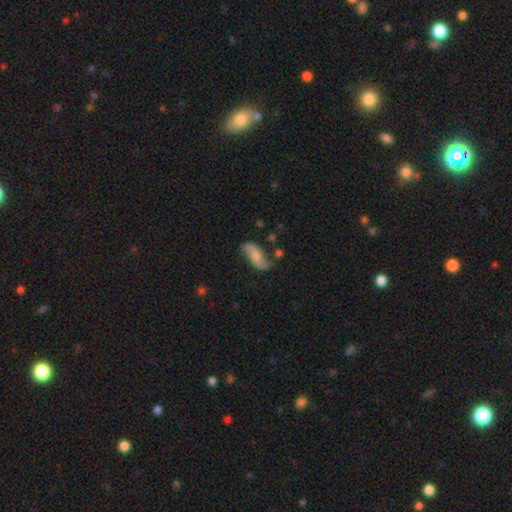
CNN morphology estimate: Smooth or featured?
  - featured or disk: 63% *
  - smooth: 31%
  - star or artifact: 6%
Edge-on disk?
  - no: 92% *
  - yes: 8%
Bar?
  - no: 63% *
  - weak: 28%
  - strong: 9%
Spiral arms?
  - yes: 89% *
  - no: 11%
Spiral winding?
  - loose: 75% *
  - medium: 18%
  - tight: 7%
Spiral arm count?
  - 2: 91% *
  - can't tell: 4%
  - 1: 2%
  - 3: 1%
  - 4: 1%
  - more than 4: 1%
Bulge size?
  - moderate: 48% *
  - small: 40%
  - none: 6%
  - large: 4%
  - dominant: 1%
Merging?
  - none: 68% *
  - minor disturbance: 21%
  - major disturbance: 7%
  - merger: 5%